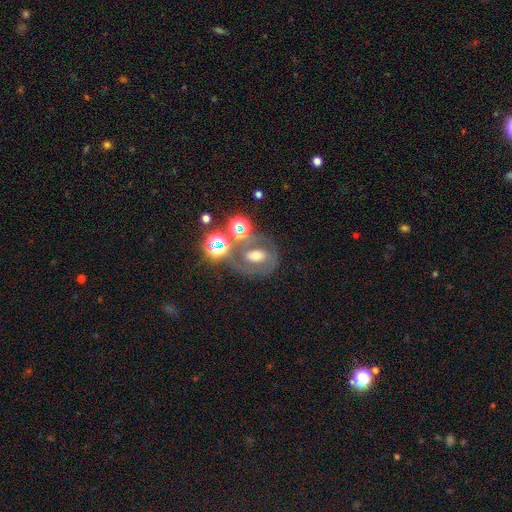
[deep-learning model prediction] featured or disk 51%, smooth 29%, star or artifact 20%. Down the decision tree: edge-on disk — no (95%); merging — none (55%).